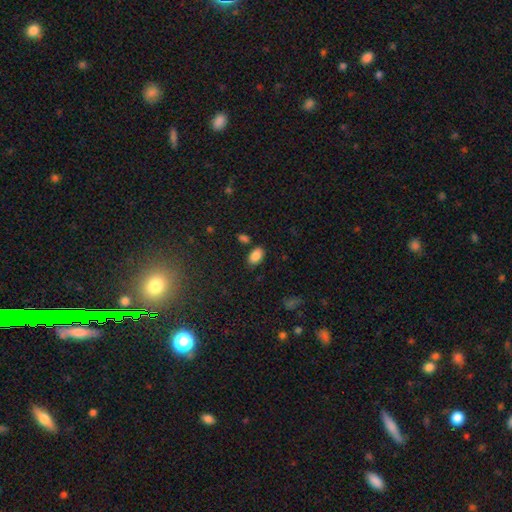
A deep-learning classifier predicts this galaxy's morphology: This is clearly a smooth galaxy (86%). How rounded: clearly in between (92%). Merging: likely none (79%).